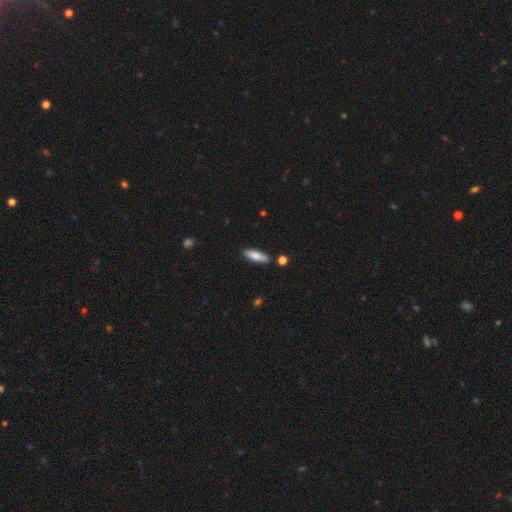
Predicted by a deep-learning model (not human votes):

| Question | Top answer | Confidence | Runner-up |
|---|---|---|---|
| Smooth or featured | smooth | 77% | featured or disk (17%) |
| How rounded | cigar-shaped | 60% | in between (38%) |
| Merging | none | 85% | minor disturbance (10%) |